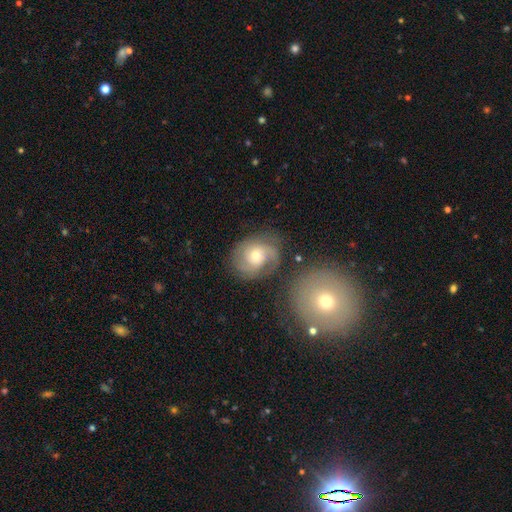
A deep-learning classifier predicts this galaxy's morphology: This appears to be a featured or disk galaxy (74%) with no bar (68%), 2 (47%) tight (48%) spiral arms (93%) and a moderate central bulge (60%). Merging: none (66%).